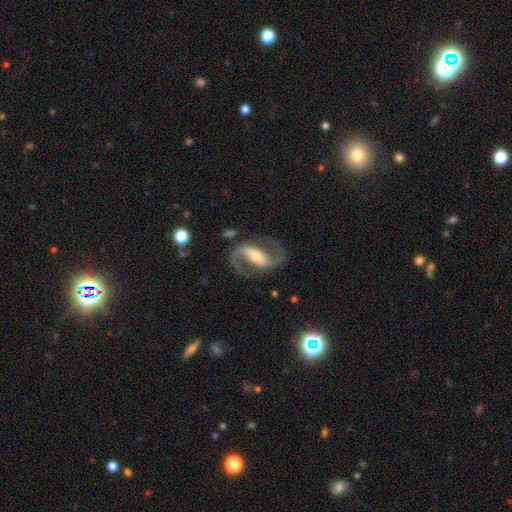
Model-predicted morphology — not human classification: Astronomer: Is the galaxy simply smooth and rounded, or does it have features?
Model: featured or disk — 92%.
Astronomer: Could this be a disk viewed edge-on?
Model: no — 97%.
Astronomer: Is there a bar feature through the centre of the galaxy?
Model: strong — 54%.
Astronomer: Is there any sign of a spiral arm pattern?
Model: yes — 98%.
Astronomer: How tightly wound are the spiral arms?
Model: medium — 56%.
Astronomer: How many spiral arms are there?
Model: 2 — 94%.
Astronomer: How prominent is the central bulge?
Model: moderate — 49% (runner-up: small, 42%).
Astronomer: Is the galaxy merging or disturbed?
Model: none — 82%.